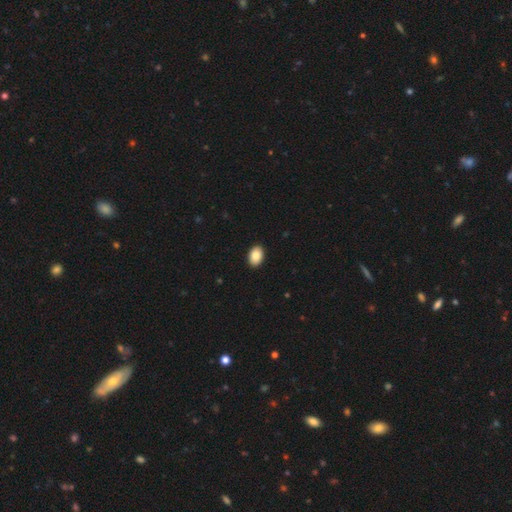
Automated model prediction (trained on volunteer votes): Morphology: type=smooth (89%); roundness=in between (84%); merging=none (92%).